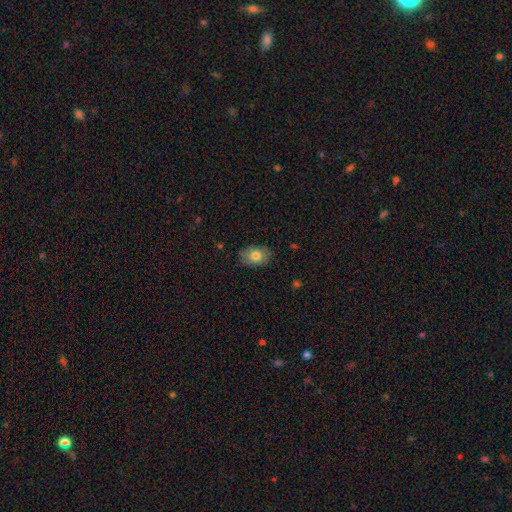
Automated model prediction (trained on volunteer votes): smooth-or-featured: smooth: 78% | featured or disk: 14% | star or artifact: 8%
  how-rounded: in between: 77% | round: 22% | cigar-shaped: 1%
  merging: none: 82% | minor disturbance: 14% | major disturbance: 3% | merger: 1%